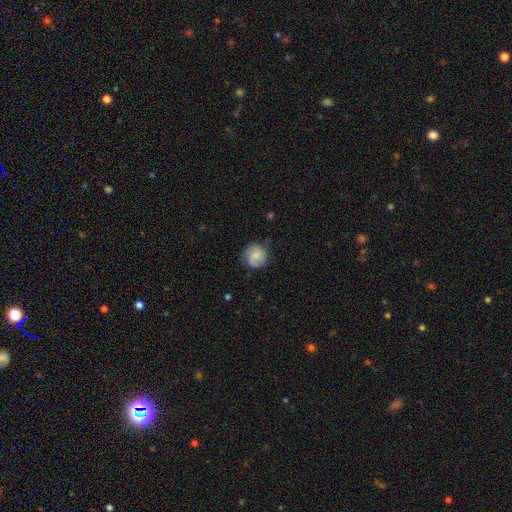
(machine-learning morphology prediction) The model was most divided on "merging": none: 74%, minor disturbance: 20%, major disturbance: 5%, merger: 1%. More confident: how rounded — round (89%); smooth or featured — smooth (74%).